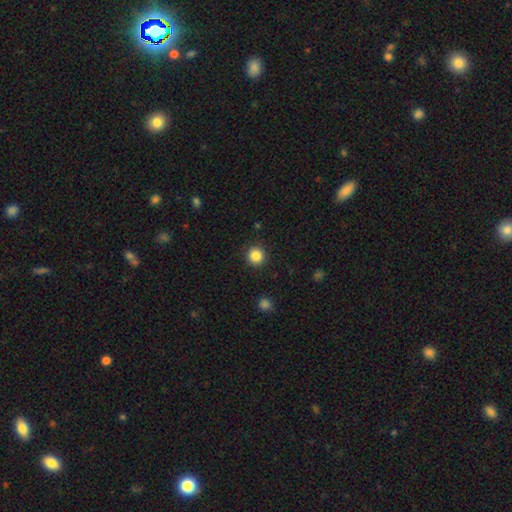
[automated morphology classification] This is clearly a smooth galaxy (85%). How rounded: clearly round (95%). Merging: clearly none (92%).